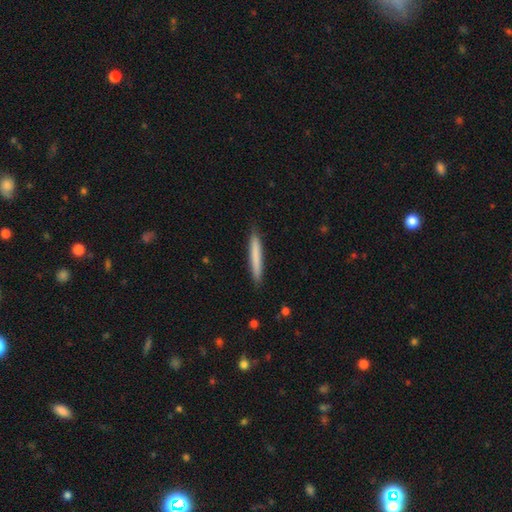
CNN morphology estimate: A smooth galaxy with no disk features (74%) that is cigar-shaped (96%). Merging: none (88%).